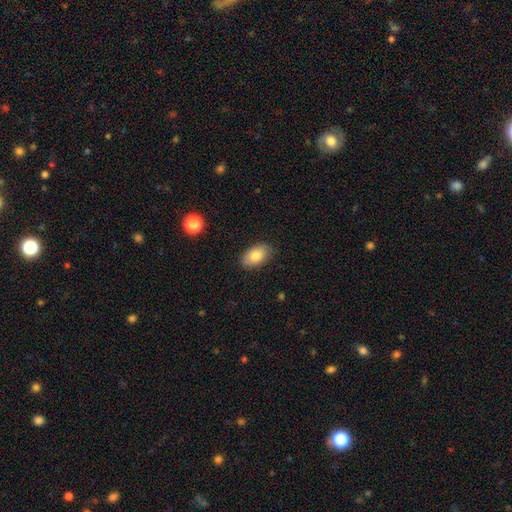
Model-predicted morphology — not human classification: Smooth or featured? Predicted: smooth (p=0.80). How rounded? Predicted: in between (p=0.93). Merging? Predicted: none (p=0.83).